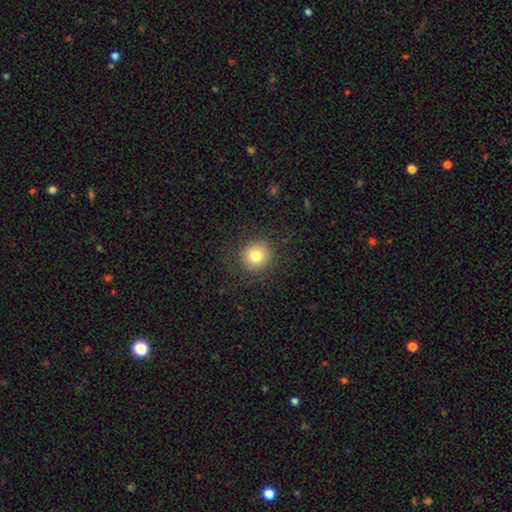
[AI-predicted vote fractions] The model was most divided on "smooth or featured": smooth: 80%, star or artifact: 11%, featured or disk: 9%. More confident: how rounded — round (90%); merging — none (88%).